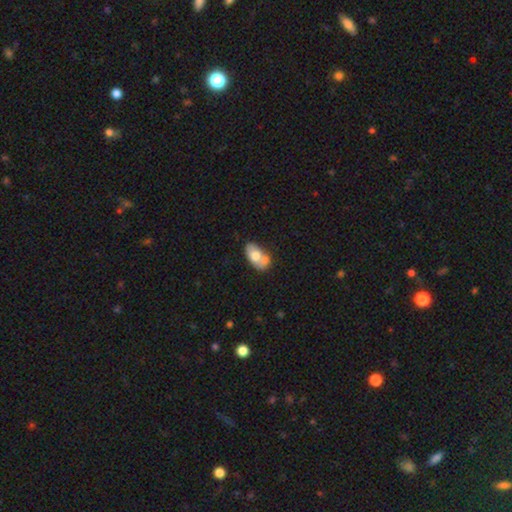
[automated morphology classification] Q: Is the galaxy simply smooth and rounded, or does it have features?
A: smooth — 65%.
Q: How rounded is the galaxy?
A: in between — 90%.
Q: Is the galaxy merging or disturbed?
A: merger — 42%.